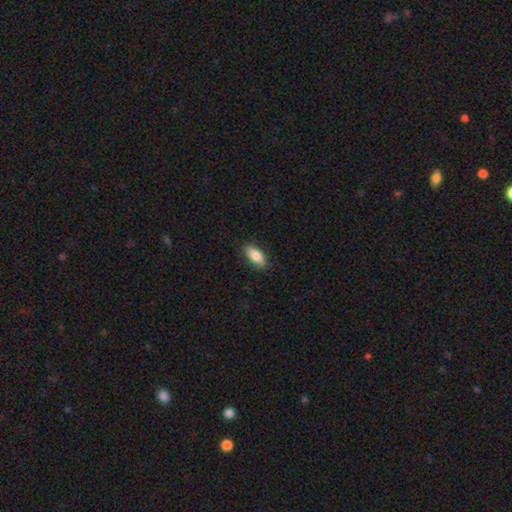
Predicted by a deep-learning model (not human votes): smooth-or-featured: smooth: 80% | featured or disk: 14% | star or artifact: 6%
  how-rounded: in between: 78% | cigar-shaped: 20% | round: 3%
  merging: none: 86% | minor disturbance: 11% | major disturbance: 2% | merger: 1%